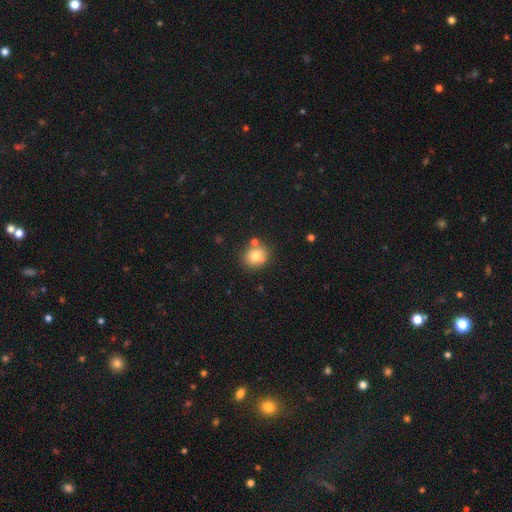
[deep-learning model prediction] This is likely a smooth galaxy (79%). How rounded: likely round (78%). Merging: likely none (74%).